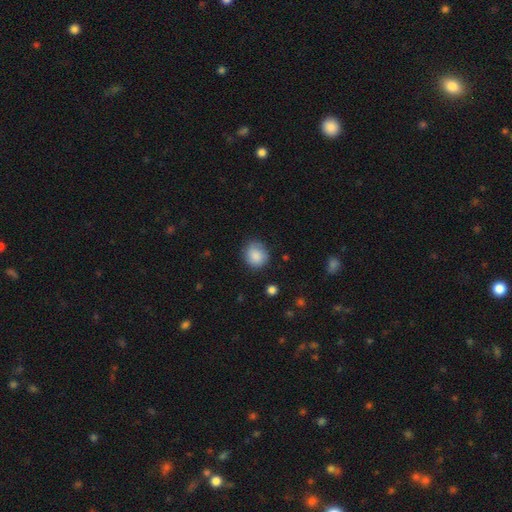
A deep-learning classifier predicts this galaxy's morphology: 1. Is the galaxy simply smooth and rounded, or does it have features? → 84% smooth, 8% featured or disk, 8% star or artifact.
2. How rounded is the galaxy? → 77% round, 22% in between, 1% cigar-shaped.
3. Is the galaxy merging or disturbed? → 74% none, 19% minor disturbance, 5% major disturbance, 2% merger.